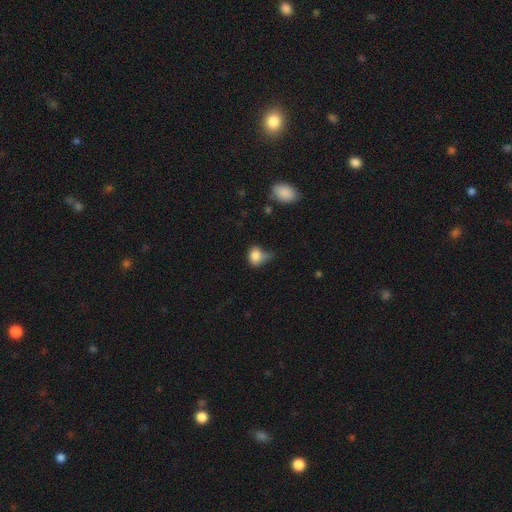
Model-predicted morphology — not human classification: Smooth or featured? Predicted: smooth (p=0.80). How rounded? Predicted: round (p=0.51). Merging? Predicted: minor disturbance (p=0.39).